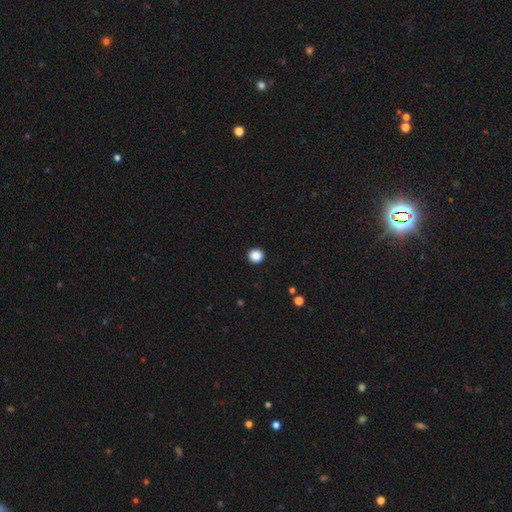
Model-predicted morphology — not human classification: Q: Smooth or featured?
A: smooth (87%); runner-up: star or artifact (10%)
Q: How rounded?
A: round (93%); runner-up: in between (7%)
Q: Merging?
A: none (93%); runner-up: minor disturbance (4%)